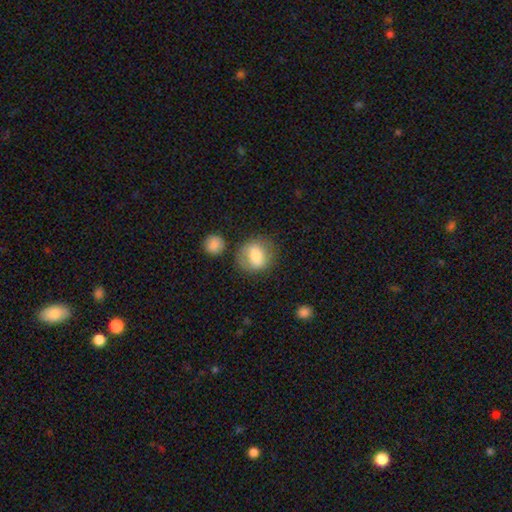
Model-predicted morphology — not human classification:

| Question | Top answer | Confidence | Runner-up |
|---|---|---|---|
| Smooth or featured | smooth | 72% | featured or disk (20%) |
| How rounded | round | 74% | in between (25%) |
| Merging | none | 67% | minor disturbance (19%) |